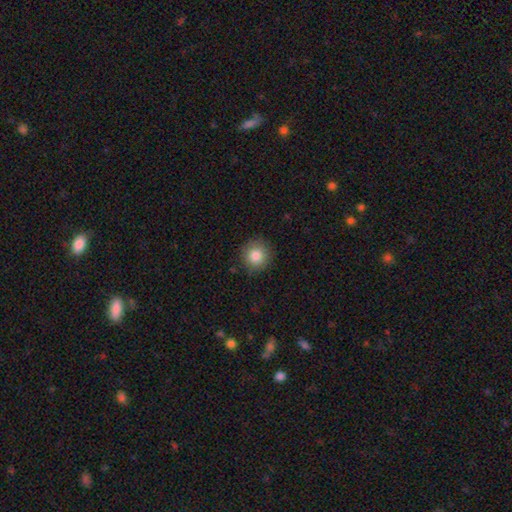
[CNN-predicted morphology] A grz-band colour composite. It shows a smooth galaxy with no disk features (84%) that is round (93%). Merging: none (89%).